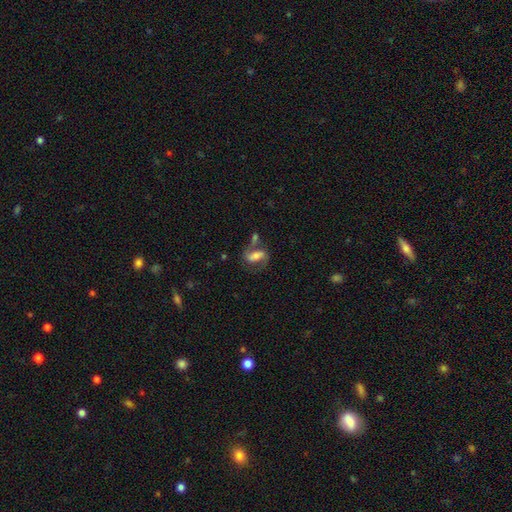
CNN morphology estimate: The model was most divided on "smooth or featured": featured or disk: 52%, smooth: 38%, star or artifact: 9%. Remaining: edge-on disk — no (93%); merging — none (41%).